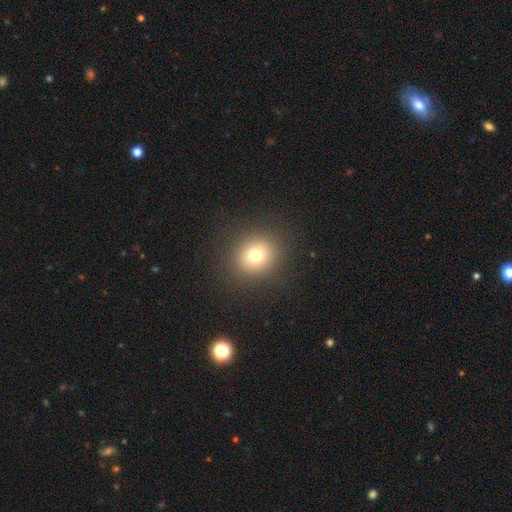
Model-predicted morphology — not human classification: Overall: smooth (74%). How rounded: round (83%). Merging: none (89%).